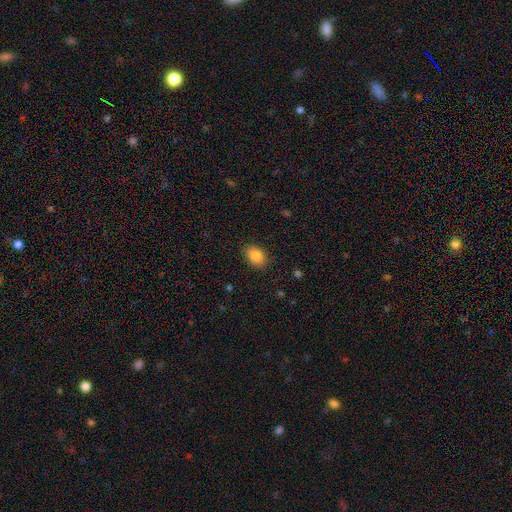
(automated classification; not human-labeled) smooth-or-featured: smooth: 86% | star or artifact: 8% | featured or disk: 5%
  how-rounded: in between: 78% | round: 21% | cigar-shaped: 1%
  merging: none: 86% | minor disturbance: 11% | major disturbance: 3% | merger: 1%